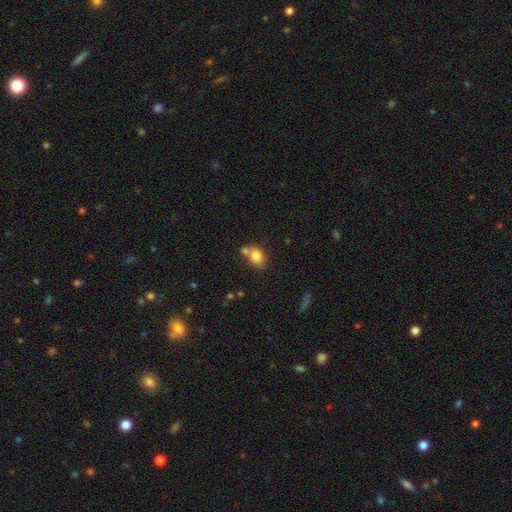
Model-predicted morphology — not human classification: smooth 80%, featured or disk 11%, star or artifact 9%. Down the decision tree: how rounded — in between (61%); merging — none (51%).